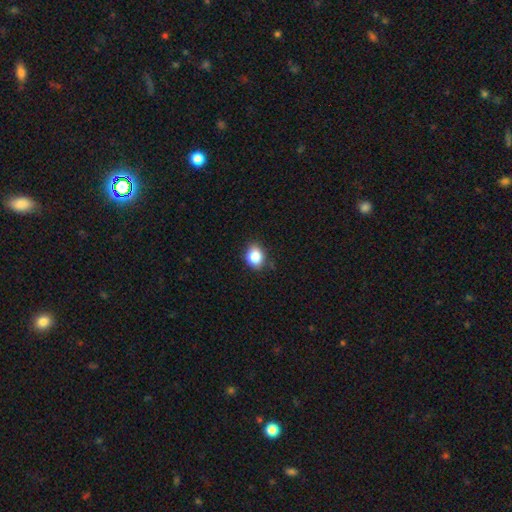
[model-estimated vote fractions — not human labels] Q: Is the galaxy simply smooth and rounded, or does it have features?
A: smooth — 84%.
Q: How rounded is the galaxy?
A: round — 51%.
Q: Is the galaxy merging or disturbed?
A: none — 81%.